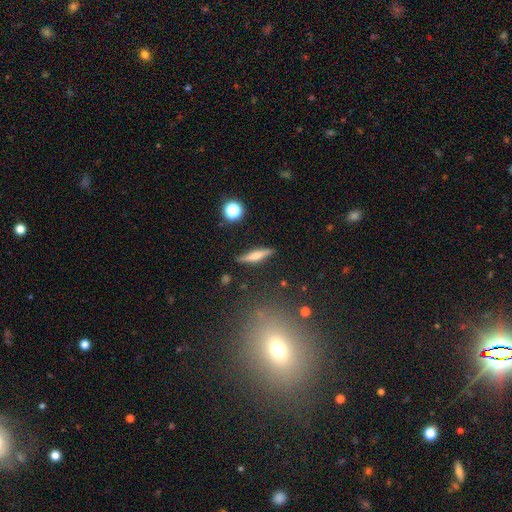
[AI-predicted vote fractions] Q: Smooth or featured?
A: featured or disk (49%); runner-up: smooth (44%)
Q: Merging?
A: none (85%); runner-up: minor disturbance (10%)